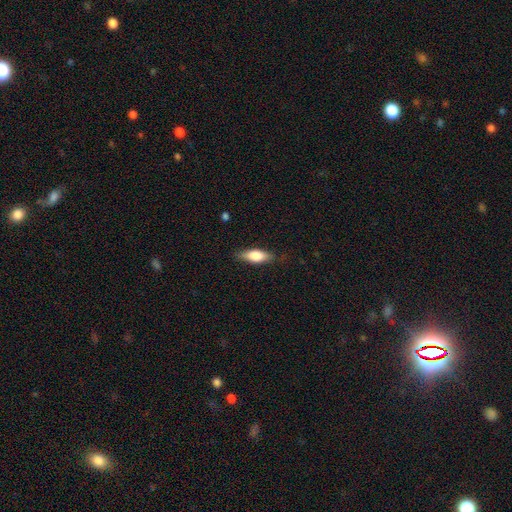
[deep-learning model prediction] Smooth or featured?
  - smooth: 74% *
  - featured or disk: 20%
  - star or artifact: 6%
How rounded?
  - in between: 72% *
  - cigar-shaped: 26%
  - round: 3%
Merging?
  - none: 79% *
  - minor disturbance: 16%
  - major disturbance: 4%
  - merger: 1%